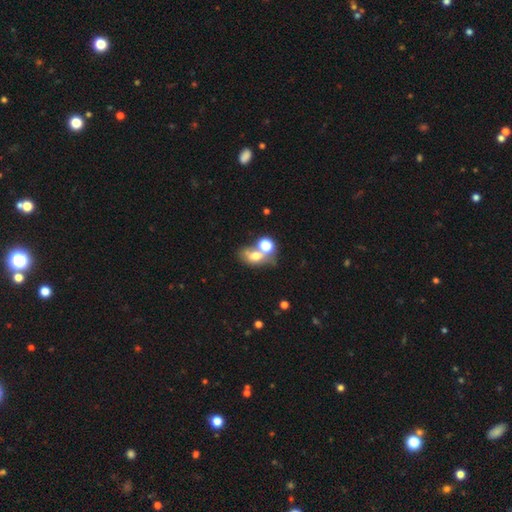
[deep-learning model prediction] smooth-or-featured: smooth: 60% | featured or disk: 23% | star or artifact: 16%
  how-rounded: in between: 68% | round: 30% | cigar-shaped: 2%
  merging: merger: 47% | none: 31% | minor disturbance: 12% | major disturbance: 10%